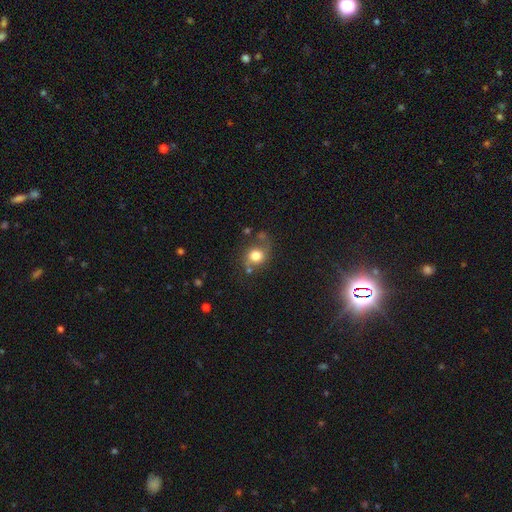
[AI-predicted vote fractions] Smooth or featured?
  - smooth: 71% *
  - featured or disk: 18%
  - star or artifact: 11%
How rounded?
  - round: 75% *
  - in between: 24%
  - cigar-shaped: 1%
Merging?
  - none: 61% *
  - minor disturbance: 20%
  - merger: 10%
  - major disturbance: 9%